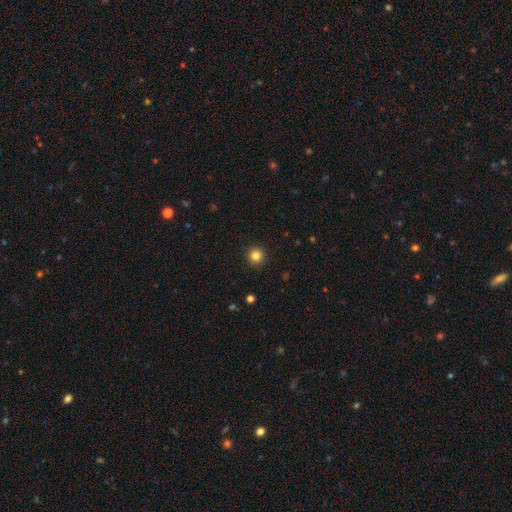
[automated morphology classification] smooth_or_featured: smooth (p=0.83) [alt: star or artifact p=0.12]
how_rounded: round (p=0.95) [alt: in between p=0.04]
merging: none (p=0.93) [alt: minor disturbance p=0.05]